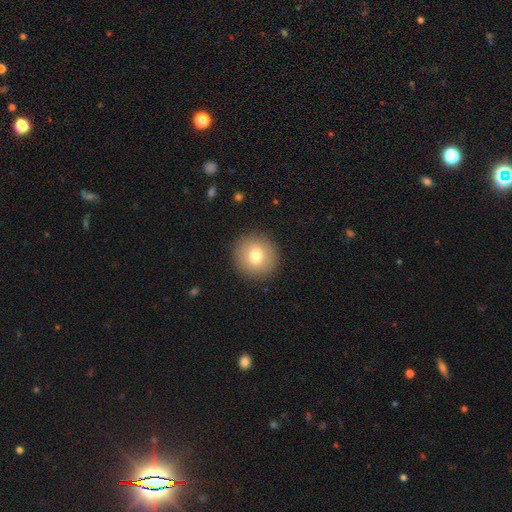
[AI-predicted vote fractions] smooth 76%, featured or disk 14%, star or artifact 10%. Down the decision tree: how rounded — round (94%); merging — none (91%).